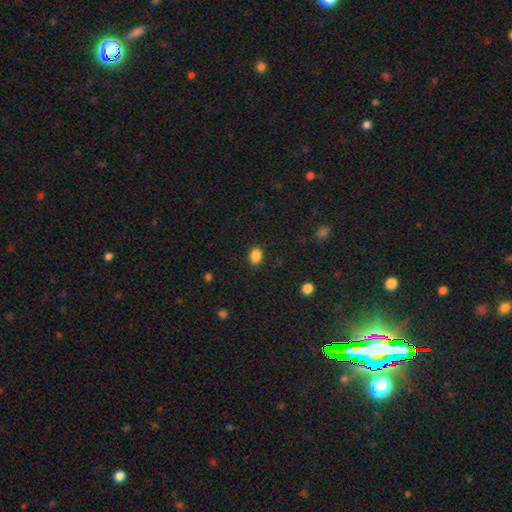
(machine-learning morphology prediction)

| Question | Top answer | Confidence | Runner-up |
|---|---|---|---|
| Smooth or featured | smooth | 86% | star or artifact (10%) |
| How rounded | in between | 61% | round (38%) |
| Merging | none | 87% | minor disturbance (9%) |